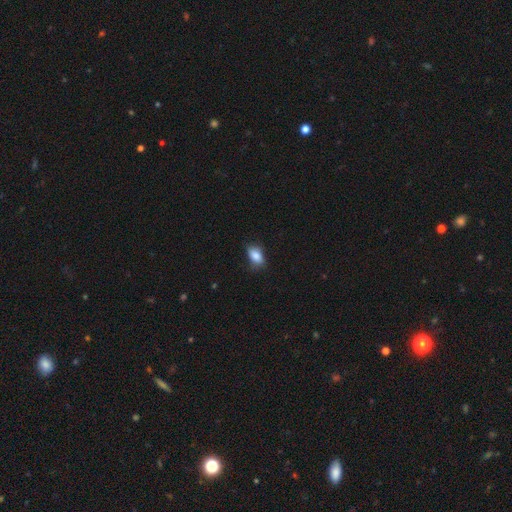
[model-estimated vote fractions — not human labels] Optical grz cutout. It shows a smooth galaxy with no disk features (85%) that is in between round and cigar-shaped (88%). Merging: none (69%).